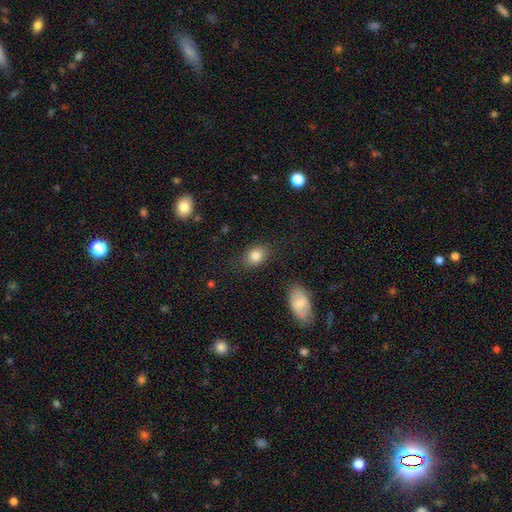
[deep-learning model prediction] Smooth or featured?
  - smooth: 84% *
  - star or artifact: 9%
  - featured or disk: 7%
How rounded?
  - in between: 68% *
  - round: 31%
  - cigar-shaped: 1%
Merging?
  - none: 81% *
  - minor disturbance: 13%
  - major disturbance: 4%
  - merger: 2%